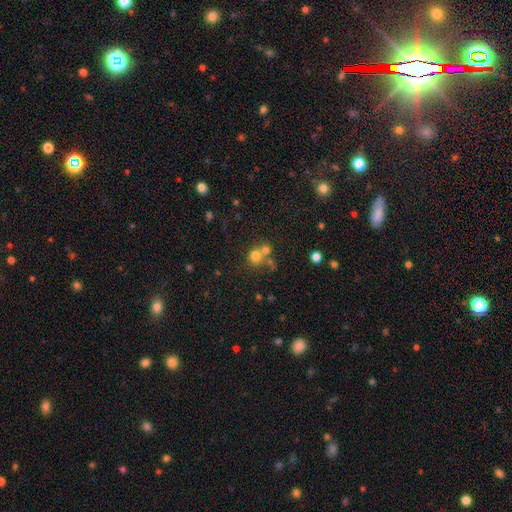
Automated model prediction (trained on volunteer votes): Q: Smooth or featured?
A: smooth (73%); runner-up: star or artifact (16%)
Q: How rounded?
A: round (85%); runner-up: in between (14%)
Q: Merging?
A: none (46%); runner-up: merger (44%)